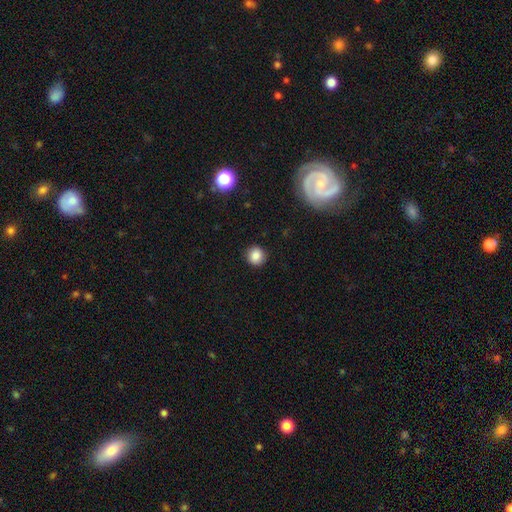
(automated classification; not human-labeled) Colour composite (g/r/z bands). It shows a smooth galaxy with no disk features (85%) that is round (90%). Merging: none (89%).